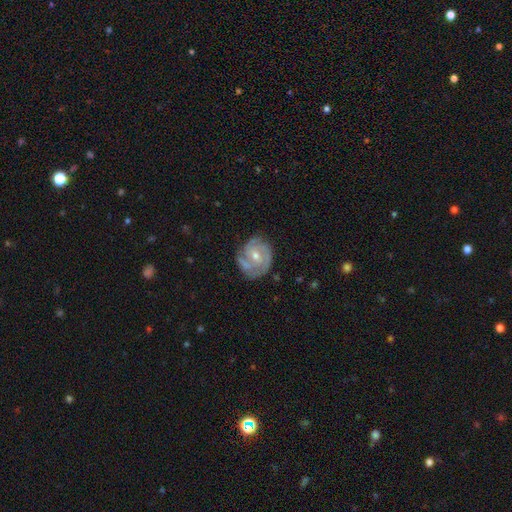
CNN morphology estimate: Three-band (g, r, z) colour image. It shows a featured or disk galaxy (82%) with no bar (58%), 3 (42%) tight (60%) spiral arms (95%) and a moderate central bulge (51%). Merging: none (69%).